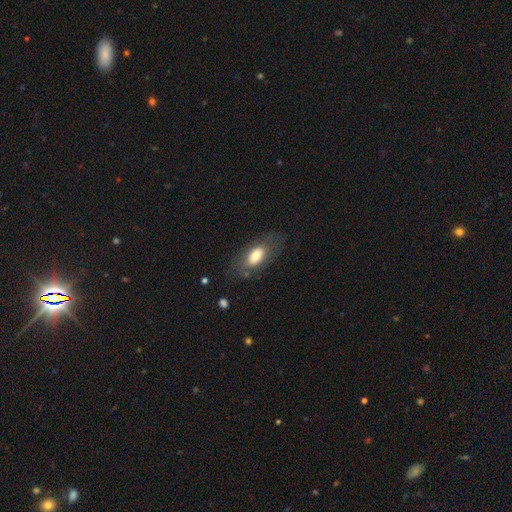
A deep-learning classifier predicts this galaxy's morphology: The model was most divided on "smooth or featured": smooth: 70%, featured or disk: 22%, star or artifact: 7%. More confident: how rounded — in between (88%); merging — none (72%).